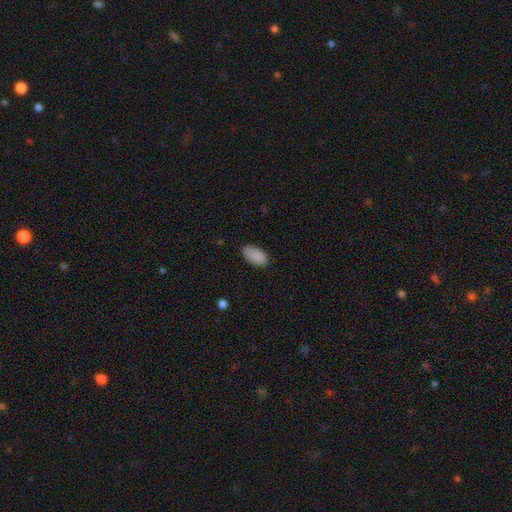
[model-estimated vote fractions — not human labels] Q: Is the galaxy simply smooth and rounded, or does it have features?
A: smooth — 89%.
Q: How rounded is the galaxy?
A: in between — 95%.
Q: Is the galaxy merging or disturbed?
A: none — 84%.